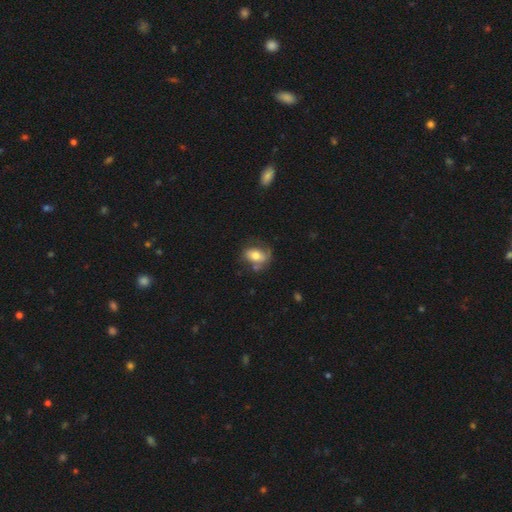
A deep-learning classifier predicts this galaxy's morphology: smooth-or-featured: smooth: 61% | featured or disk: 31% | star or artifact: 8%
  how-rounded: in between: 74% | round: 24% | cigar-shaped: 2%
  merging: none: 50% | minor disturbance: 28% | major disturbance: 15% | merger: 7%